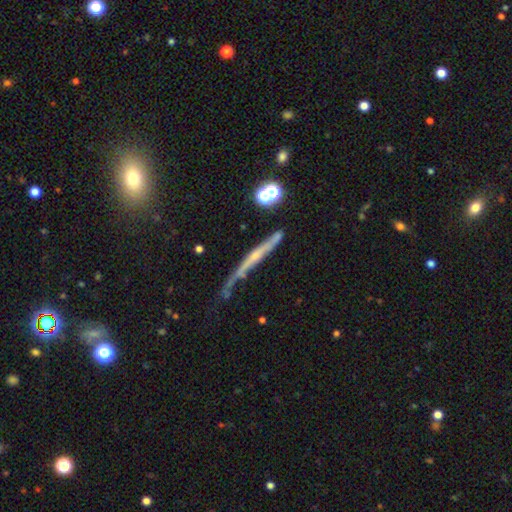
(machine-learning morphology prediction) smooth_or_featured: featured or disk (p=0.67) [alt: smooth p=0.22]
disk_edge_on: yes (p=0.88) [alt: no p=0.12]
edge_on_bulge: rounded (p=0.47) [alt: none p=0.45]
merging: none (p=0.54) [alt: minor disturbance p=0.27]